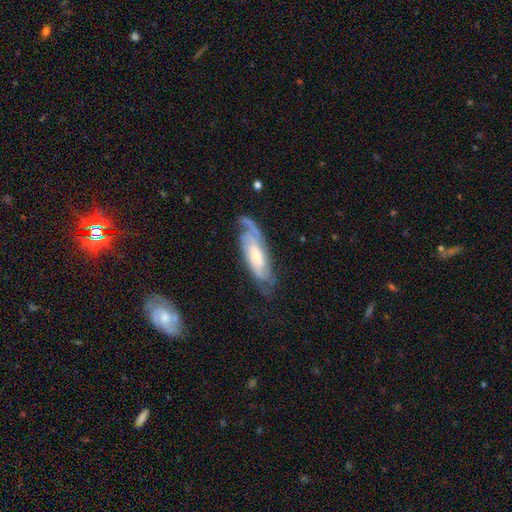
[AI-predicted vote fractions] Q: Smooth or featured?
A: featured or disk (79%); runner-up: smooth (15%)
Q: Edge-on disk?
A: no (85%); runner-up: yes (15%)
Q: Bar?
A: no (56%); runner-up: weak (33%)
Q: Spiral arms?
A: yes (95%); runner-up: no (5%)
Q: Spiral winding?
A: tight (54%); runner-up: medium (35%)
Q: Spiral arm count?
A: 2 (38%); runner-up: can't tell (32%)
Q: Bulge size?
A: moderate (46%); runner-up: small (37%)
Q: Merging?
A: none (65%); runner-up: minor disturbance (21%)